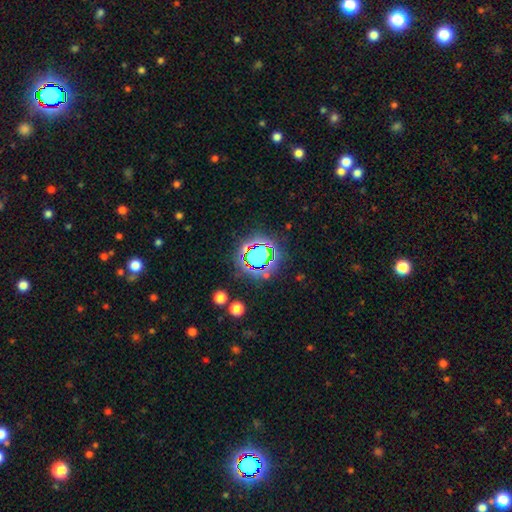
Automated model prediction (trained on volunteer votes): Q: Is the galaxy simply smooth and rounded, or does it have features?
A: star or artifact — 56%.